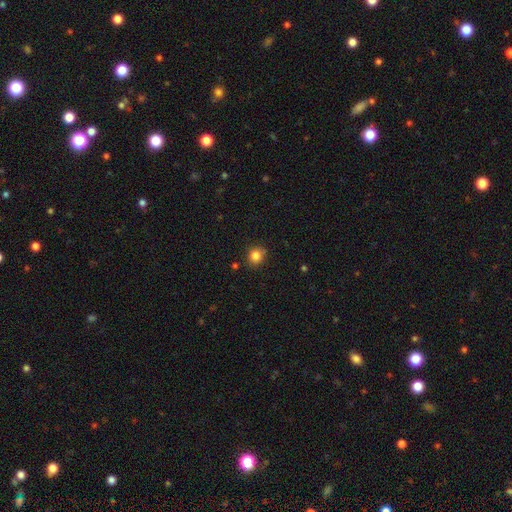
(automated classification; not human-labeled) Q: Smooth or featured?
A: smooth (84%); runner-up: star or artifact (11%)
Q: How rounded?
A: round (81%); runner-up: in between (18%)
Q: Merging?
A: none (84%); runner-up: minor disturbance (12%)